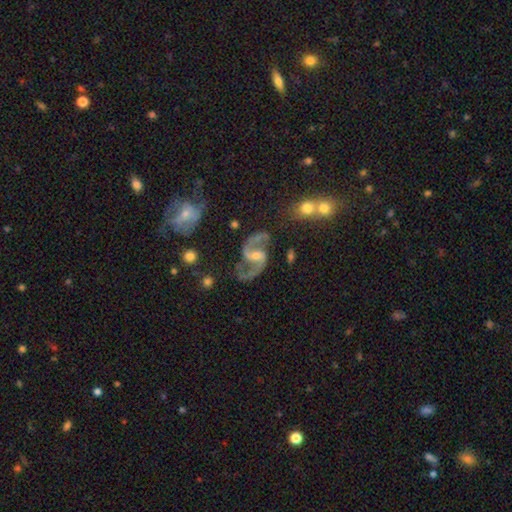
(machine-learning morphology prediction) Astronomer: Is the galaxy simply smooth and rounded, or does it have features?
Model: featured or disk — 91%.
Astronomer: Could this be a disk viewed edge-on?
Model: no — 98%.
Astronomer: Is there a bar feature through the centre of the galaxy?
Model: weak — 47% (runner-up: no, 32%).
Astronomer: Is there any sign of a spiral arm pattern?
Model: yes — 97%.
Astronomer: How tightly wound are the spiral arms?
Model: loose — 51% (runner-up: medium, 42%).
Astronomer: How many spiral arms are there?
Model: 2 — 94%.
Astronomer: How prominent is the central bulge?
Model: small — 48% (runner-up: moderate, 45%).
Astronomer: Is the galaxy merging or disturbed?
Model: none — 66%.